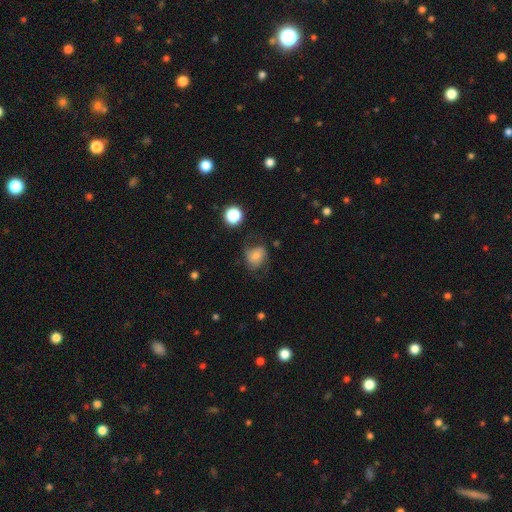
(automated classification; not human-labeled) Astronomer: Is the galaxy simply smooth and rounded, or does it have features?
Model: smooth — 60%.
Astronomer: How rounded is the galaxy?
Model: in between — 50% (runner-up: round, 49%).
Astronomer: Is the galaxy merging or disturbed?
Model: none — 51% (runner-up: minor disturbance, 27%).